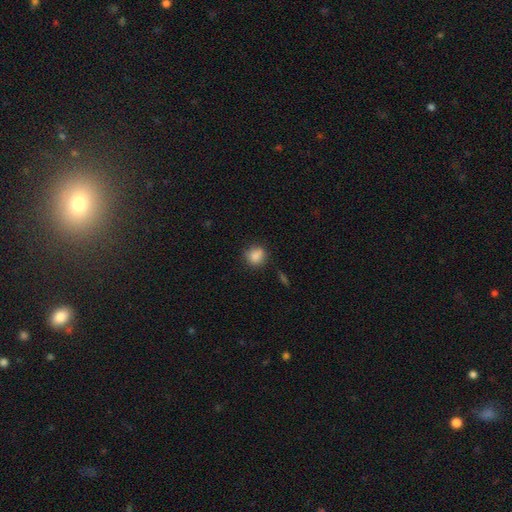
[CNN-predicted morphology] type=smooth (86%); roundness=round (81%); merging=none (78%).